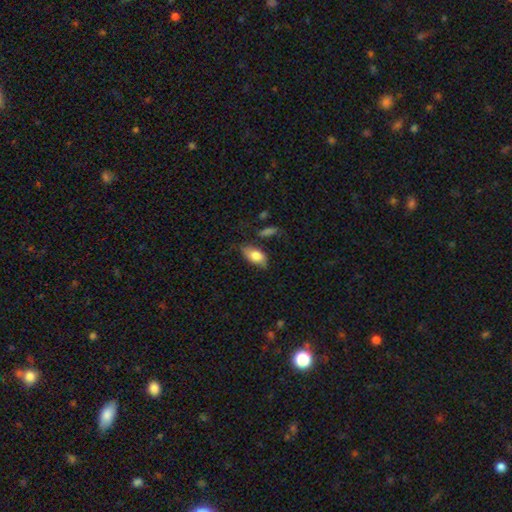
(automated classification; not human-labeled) Smooth or featured? Predicted: smooth (p=0.79). How rounded? Predicted: in between (p=0.90). Merging? Predicted: none (p=0.64).